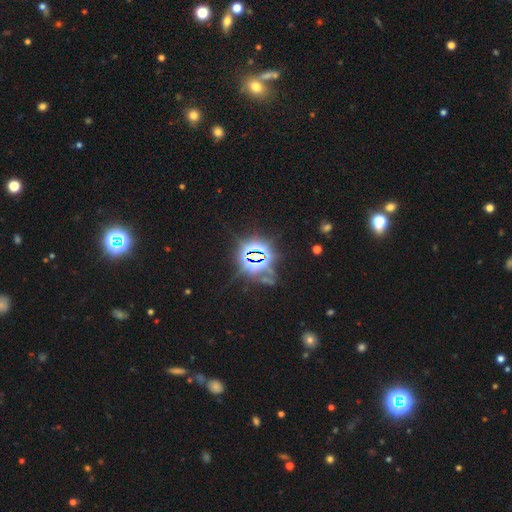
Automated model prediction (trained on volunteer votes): smooth_or_featured: star or artifact (p=0.81) [alt: smooth p=0.10]